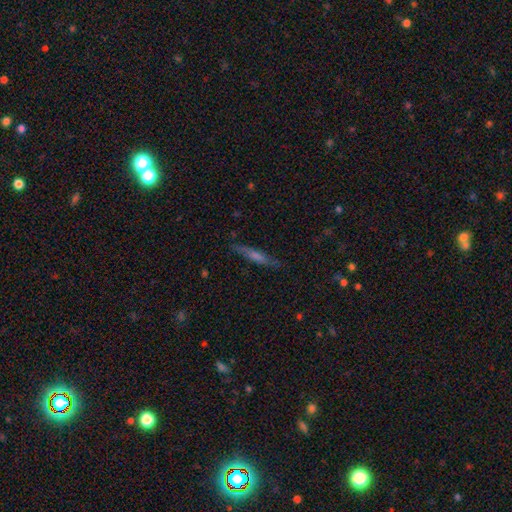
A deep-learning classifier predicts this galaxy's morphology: type=featured or disk (51%); edge-on=yes (91%); merging=none (84%).